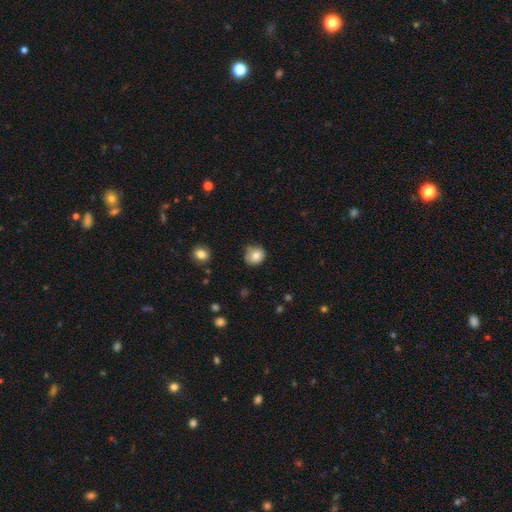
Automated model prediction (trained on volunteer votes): This is clearly a smooth galaxy (82%). How rounded: likely round (78%). Merging: likely none (75%).